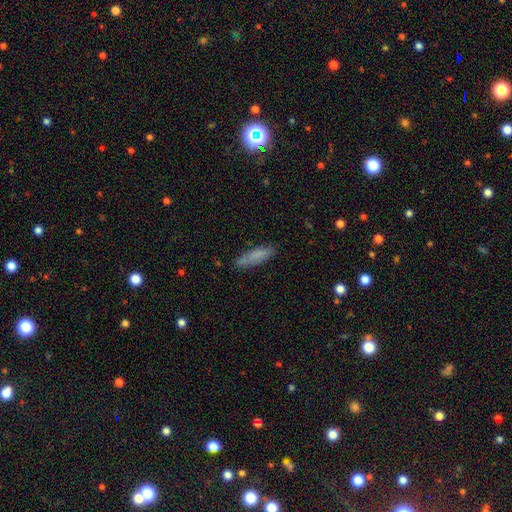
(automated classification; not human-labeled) Smooth or featured? Predicted: smooth (p=0.79). How rounded? Predicted: cigar-shaped (p=0.67). Merging? Predicted: none (p=0.81).